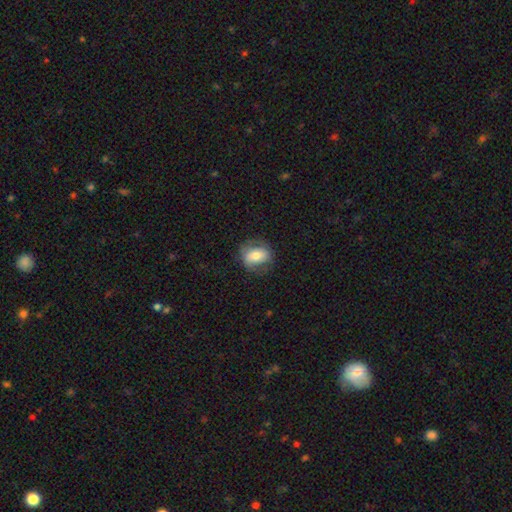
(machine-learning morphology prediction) This appears to be a smooth galaxy with no disk features (60%) that is in between round and cigar-shaped (59%). Merging: none (70%).